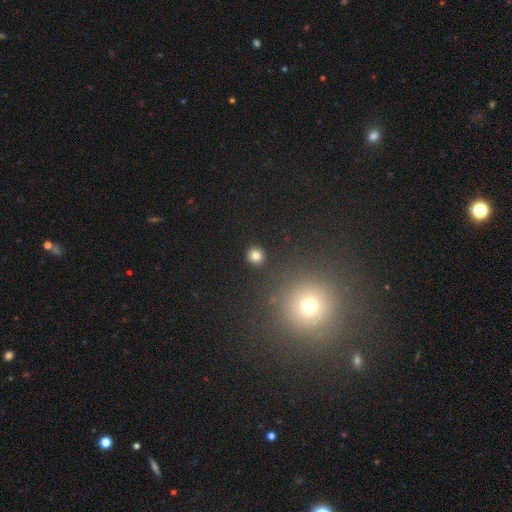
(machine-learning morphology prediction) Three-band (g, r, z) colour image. It shows a smooth galaxy with no disk features (81%) that is round (89%). Merging: none (91%).